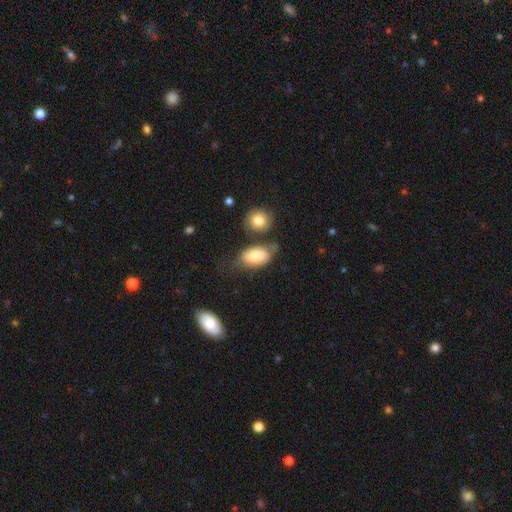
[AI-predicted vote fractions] Smooth or featured? smooth (79%)
How rounded? in between (91%)
Merging? none (45%)